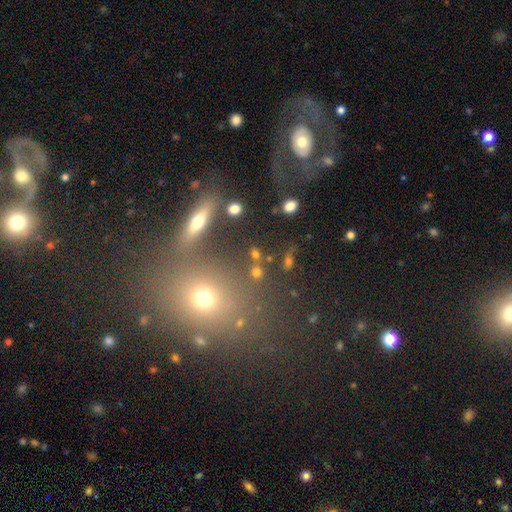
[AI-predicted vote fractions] smooth-or-featured: smooth: 53% | star or artifact: 27% | featured or disk: 20%
  how-rounded: round: 56% | in between: 35% | cigar-shaped: 9%
  merging: none: 68% | merger: 13% | minor disturbance: 11% | major disturbance: 8%